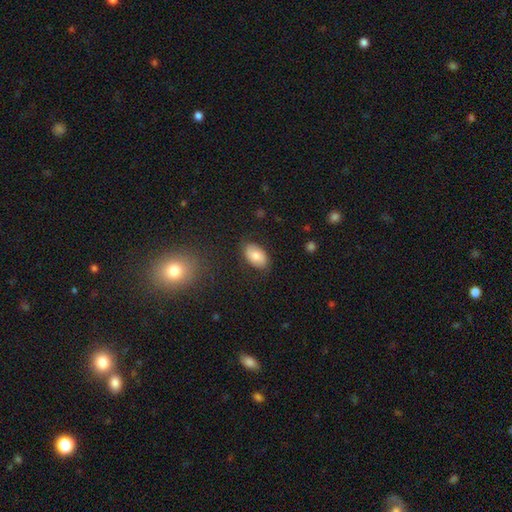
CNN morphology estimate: This appears to be a smooth galaxy with no disk features (75%) that is in between round and cigar-shaped (91%). Merging: none (81%).